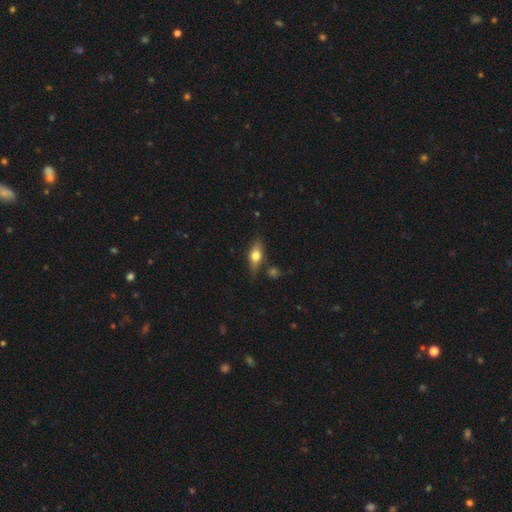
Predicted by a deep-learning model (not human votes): Smooth or featured: smooth — 53% (featured or disk — 39%)
How rounded: in between — 67% (cigar-shaped — 25%)
Merging: none — 75% (minor disturbance — 16%)